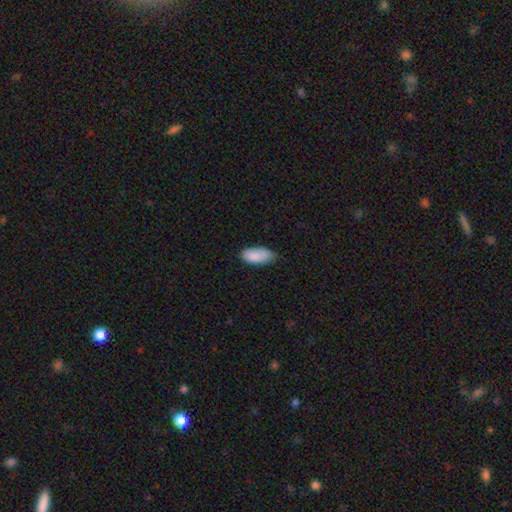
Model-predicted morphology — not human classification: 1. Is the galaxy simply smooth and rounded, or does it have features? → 87% smooth, 6% star or artifact, 6% featured or disk.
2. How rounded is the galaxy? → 91% in between, 7% cigar-shaped, 2% round.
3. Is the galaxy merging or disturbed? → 69% none, 26% minor disturbance, 4% major disturbance, 1% merger.